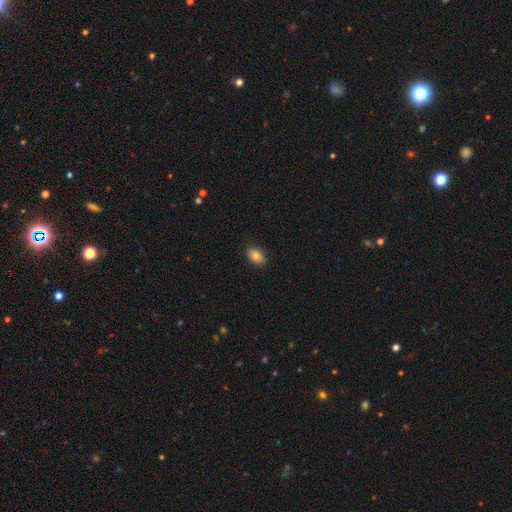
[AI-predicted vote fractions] A smooth galaxy with no disk features (83%) that is in between round and cigar-shaped (85%).

Vote fractions:
- Smooth or featured? smooth: 83% / featured or disk: 9% / star or artifact: 9%
- How rounded? in between: 85% / round: 13% / cigar-shaped: 1%
- Merging? none: 86% / minor disturbance: 11% / major disturbance: 2% / merger: 1%